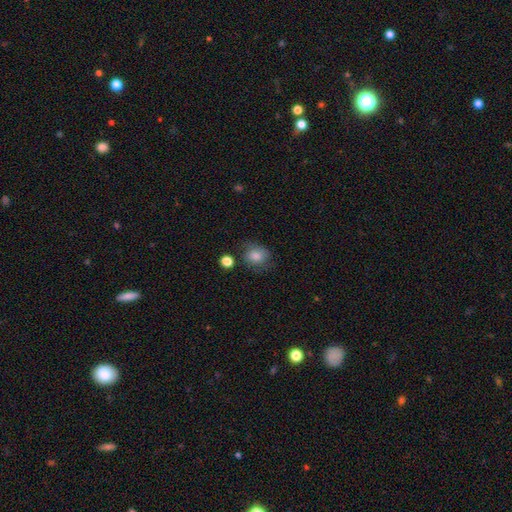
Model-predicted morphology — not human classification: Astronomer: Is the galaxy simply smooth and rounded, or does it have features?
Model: smooth — 73%.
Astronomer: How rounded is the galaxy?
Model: round — 60% (runner-up: in between, 39%).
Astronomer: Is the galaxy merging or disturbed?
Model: none — 64%.